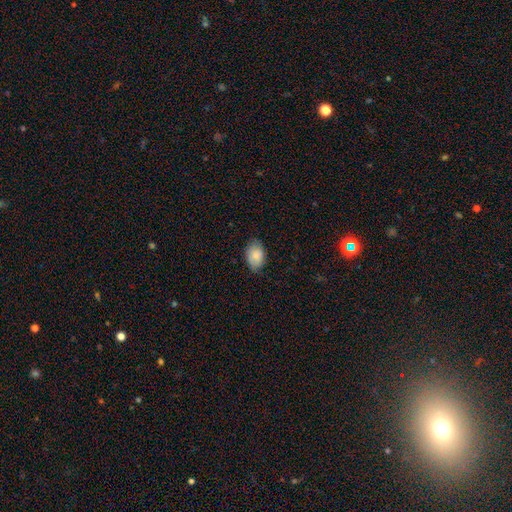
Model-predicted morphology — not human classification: A smooth galaxy with no disk features (81%) that is in between round and cigar-shaped (87%). Merging: none (77%).